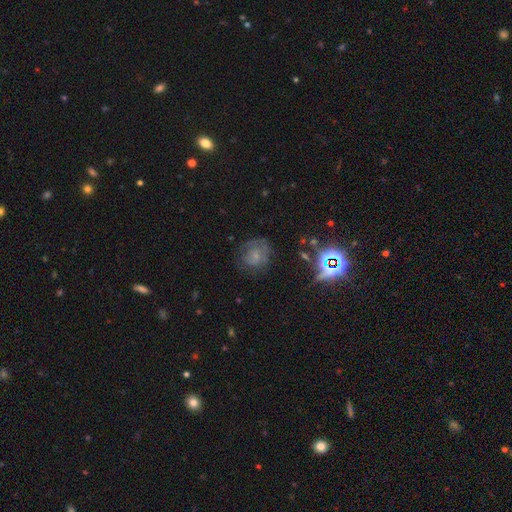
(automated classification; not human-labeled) smooth-or-featured: featured or disk: 44% | smooth: 37% | star or artifact: 19%
  merging: none: 57% | minor disturbance: 23% | major disturbance: 18% | merger: 2%